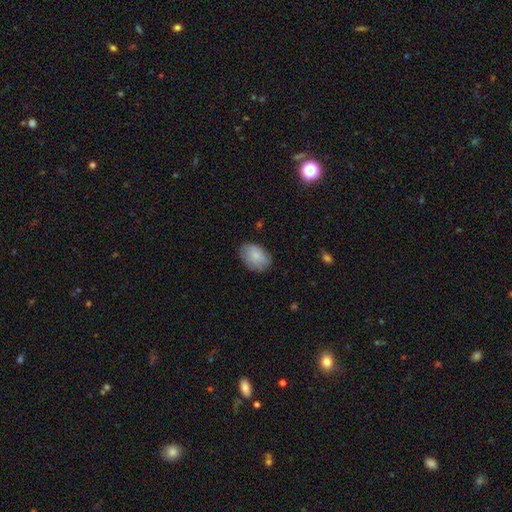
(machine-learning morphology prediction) A smooth galaxy with no disk features (82%) that is in between round and cigar-shaped (84%). Merging: none (78%).